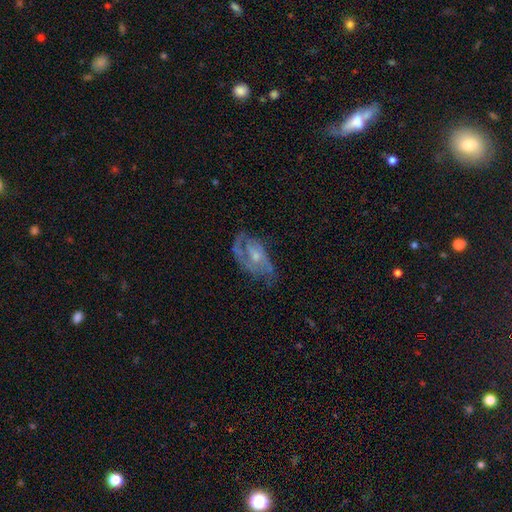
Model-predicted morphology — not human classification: Smooth or featured? Predicted: featured or disk (p=0.75). Edge-on disk? Predicted: no (p=0.95). Bar? Predicted: no (p=0.67). Spiral arms? Predicted: yes (p=0.84). Spiral winding? Predicted: medium (p=0.45). Spiral arm count? Predicted: 2 (p=0.50). Bulge size? Predicted: small (p=0.54). Merging? Predicted: none (p=0.52).